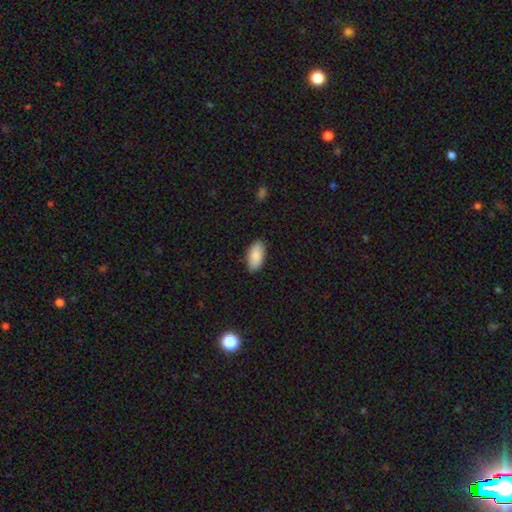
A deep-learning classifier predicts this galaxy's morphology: Smooth or featured: smooth — 88% (featured or disk — 6%)
How rounded: in between — 94% (cigar-shaped — 4%)
Merging: none — 87% (minor disturbance — 10%)